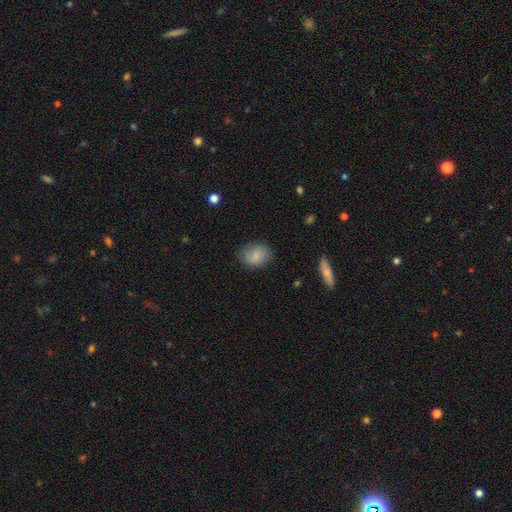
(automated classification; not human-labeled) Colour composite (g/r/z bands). It shows a smooth galaxy with no disk features (80%) that is round (52%). Merging: none (80%).